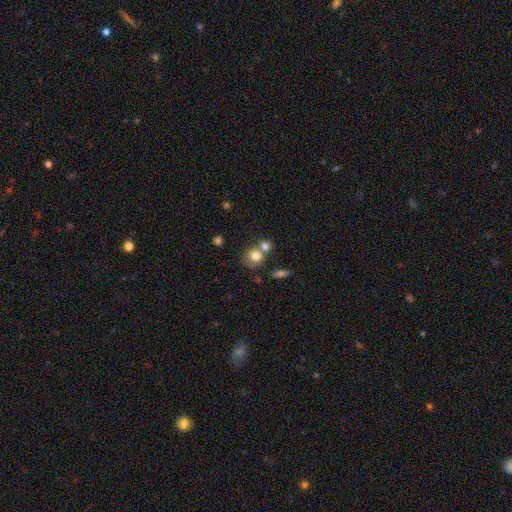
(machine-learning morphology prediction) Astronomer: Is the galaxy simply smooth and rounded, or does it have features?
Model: smooth — 79%.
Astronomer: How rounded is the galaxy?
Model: round — 78%.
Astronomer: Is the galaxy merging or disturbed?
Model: none — 44% (runner-up: merger, 41%).